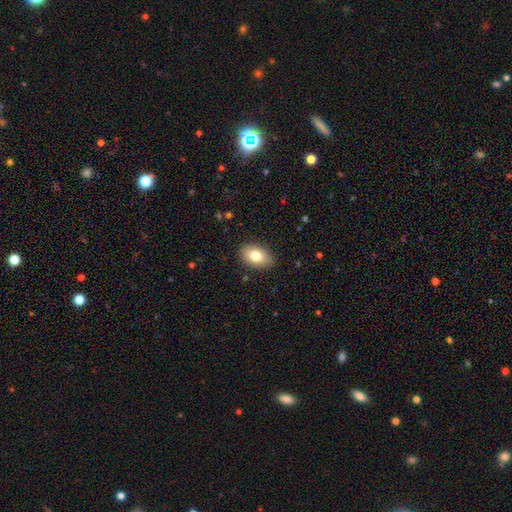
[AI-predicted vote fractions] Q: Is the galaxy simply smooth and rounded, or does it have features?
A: smooth — 79%.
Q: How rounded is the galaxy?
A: in between — 87%.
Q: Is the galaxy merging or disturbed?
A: none — 86%.